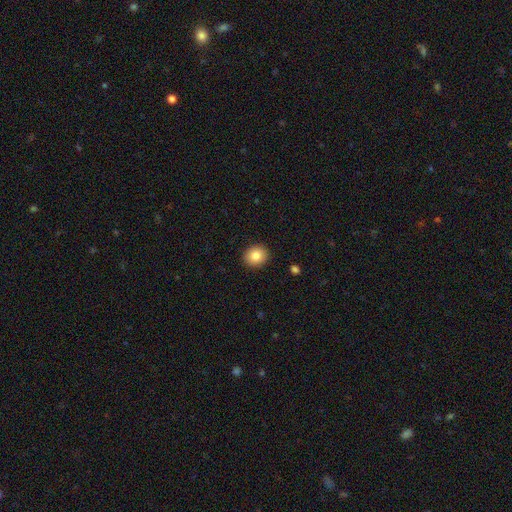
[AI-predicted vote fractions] Overall: smooth (83%). How rounded: round (69%; in between 30%). Merging: none (91%).